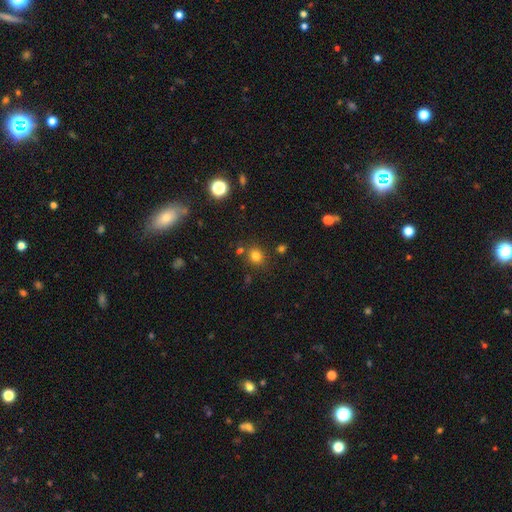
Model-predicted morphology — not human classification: smooth_or_featured: smooth (p=0.77) [alt: star or artifact p=0.17]
how_rounded: round (p=0.80) [alt: in between p=0.19]
merging: none (p=0.78) [alt: minor disturbance p=0.10]